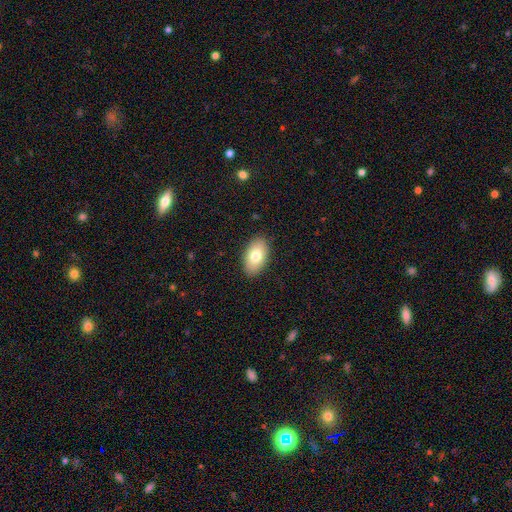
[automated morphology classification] The model was most divided on "smooth or featured": smooth: 77%, featured or disk: 16%, star or artifact: 7%. More confident: how rounded — in between (94%); merging — none (88%).